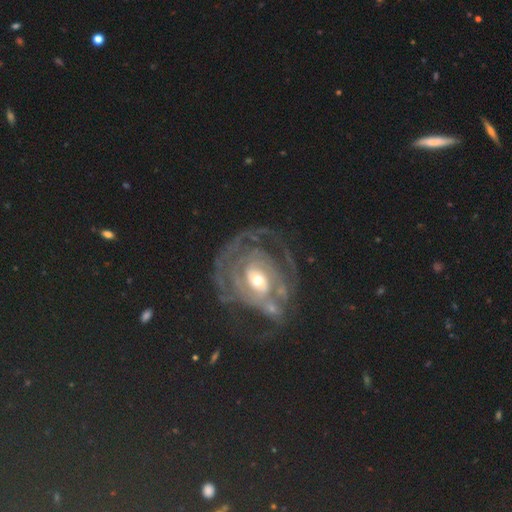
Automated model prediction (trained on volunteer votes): Overall: star or artifact (45%; featured or disk 36%).